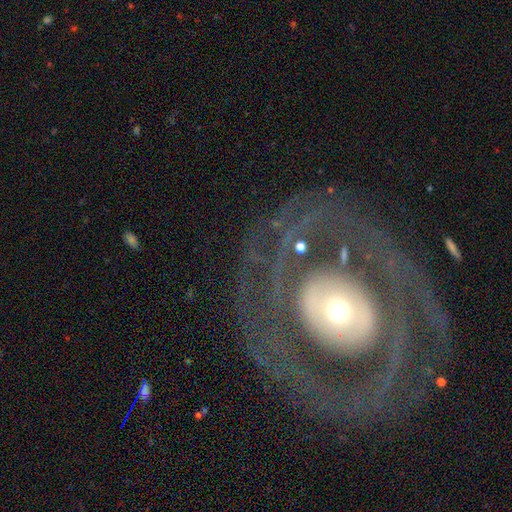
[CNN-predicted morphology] Q: Smooth or featured?
A: featured or disk (78%); runner-up: smooth (15%)
Q: Edge-on disk?
A: no (96%); runner-up: yes (4%)
Q: Bar?
A: no (68%); runner-up: weak (18%)
Q: Spiral arms?
A: yes (67%); runner-up: no (33%)
Q: Bulge size?
A: moderate (54%); runner-up: small (27%)
Q: Merging?
A: none (75%); runner-up: major disturbance (12%)